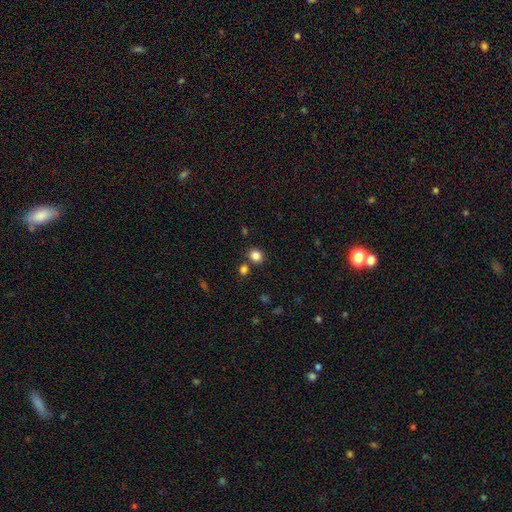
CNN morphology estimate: smooth 84%, star or artifact 12%, featured or disk 4%. Down the decision tree: how rounded — round (76%); merging — none (79%).